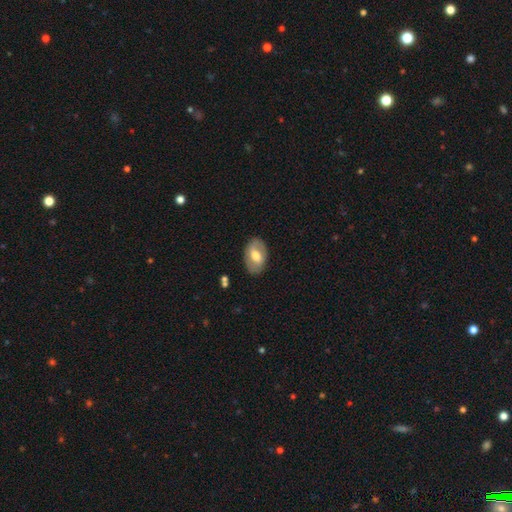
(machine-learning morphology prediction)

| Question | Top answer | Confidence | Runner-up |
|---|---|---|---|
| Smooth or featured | smooth | 52% | featured or disk (42%) |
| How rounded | in between | 89% | round (9%) |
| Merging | none | 84% | minor disturbance (12%) |